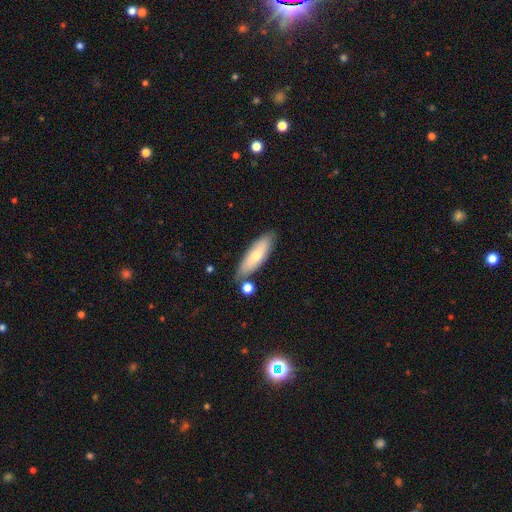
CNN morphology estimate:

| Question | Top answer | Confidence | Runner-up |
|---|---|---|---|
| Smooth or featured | smooth | 65% | featured or disk (29%) |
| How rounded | cigar-shaped | 49% | tied: in between (49%) |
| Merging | none | 76% | minor disturbance (14%) |